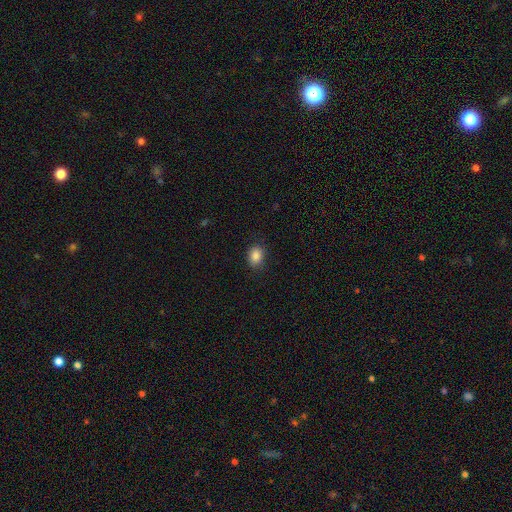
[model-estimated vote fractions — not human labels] smooth 86%, star or artifact 9%, featured or disk 4%. Down the decision tree: how rounded — in between (60%); merging — none (84%).